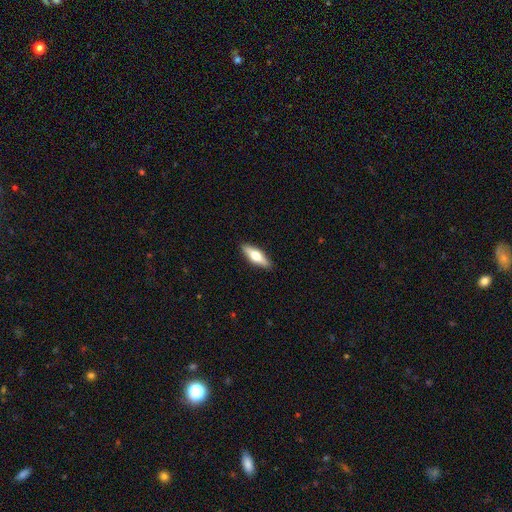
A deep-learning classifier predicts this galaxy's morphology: A smooth galaxy with no disk features (50%). Merging: none (90%).